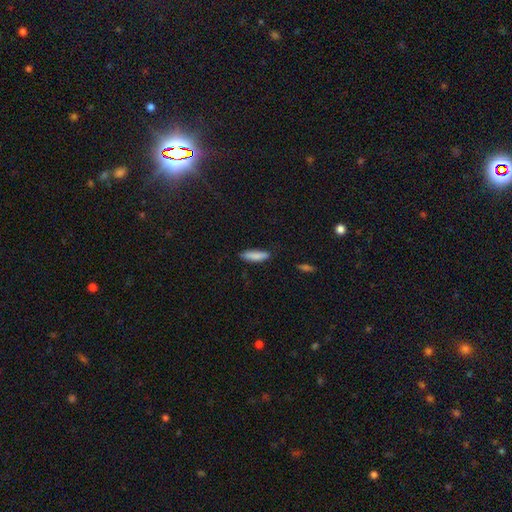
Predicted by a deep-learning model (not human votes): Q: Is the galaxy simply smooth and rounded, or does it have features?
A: smooth — 85%.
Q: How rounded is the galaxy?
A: cigar-shaped — 62%.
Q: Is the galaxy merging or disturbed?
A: none — 81%.